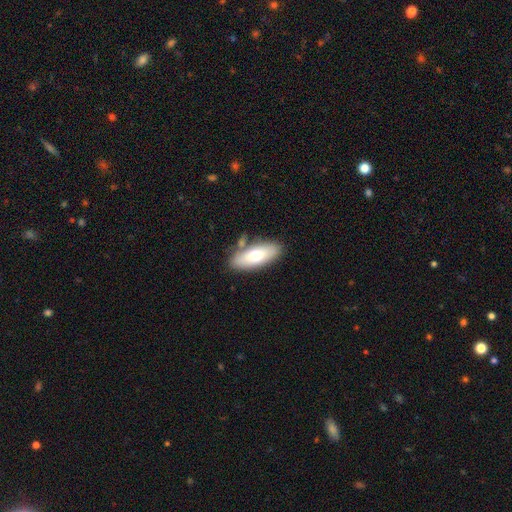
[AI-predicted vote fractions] A smooth galaxy with no disk features (68%) that is in between round and cigar-shaped (77%).

Vote fractions:
- Smooth or featured? smooth: 68% / featured or disk: 26% / star or artifact: 6%
- How rounded? in between: 77% / cigar-shaped: 20% / round: 2%
- Merging? none: 75% / minor disturbance: 13% / merger: 9% / major disturbance: 3%